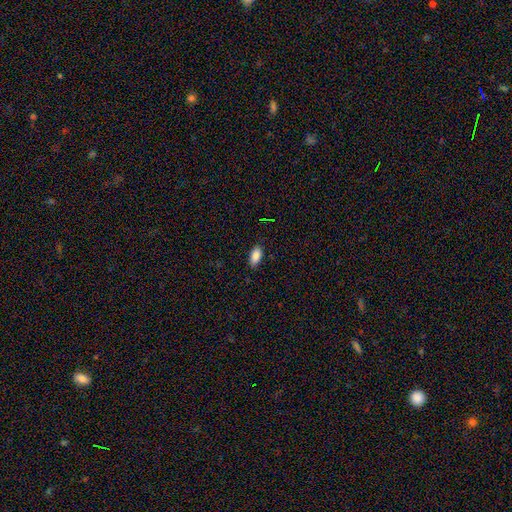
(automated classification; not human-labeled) Smooth or featured: smooth — 87% (star or artifact — 7%)
How rounded: in between — 90% (cigar-shaped — 7%)
Merging: none — 86% (minor disturbance — 11%)